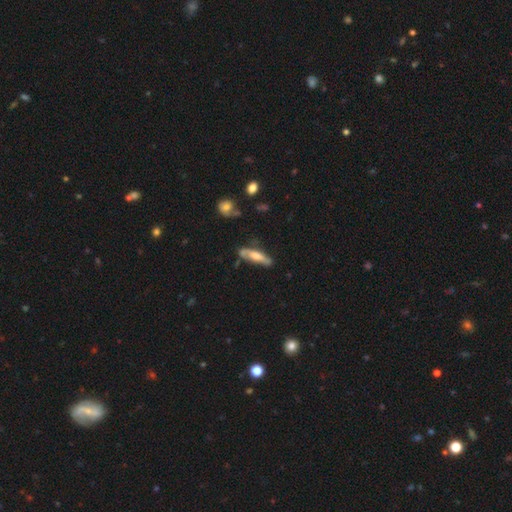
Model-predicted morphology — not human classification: type=smooth (49%); merging=none (59%).